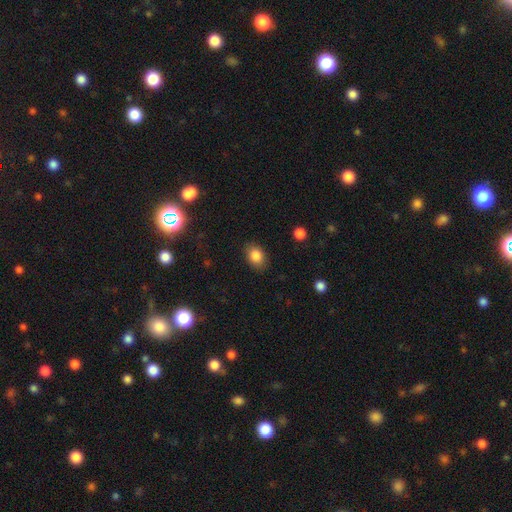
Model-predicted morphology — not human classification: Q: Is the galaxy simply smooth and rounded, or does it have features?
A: smooth — 85%.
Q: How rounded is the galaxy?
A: in between — 70%.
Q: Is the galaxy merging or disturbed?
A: none — 85%.